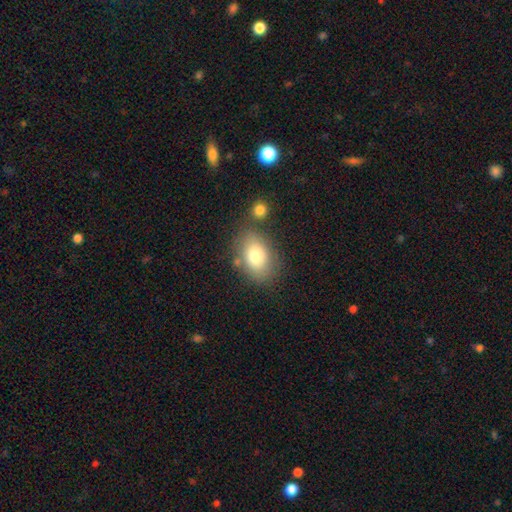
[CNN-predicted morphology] Smooth or featured: smooth — 78% (featured or disk — 13%)
How rounded: in between — 81% (round — 18%)
Merging: none — 70% (minor disturbance — 15%)